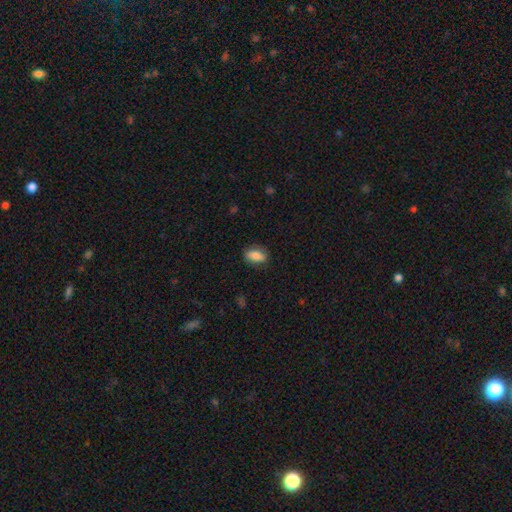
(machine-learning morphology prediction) Overall: smooth (80%). How rounded: in between (86%). Merging: none (81%).